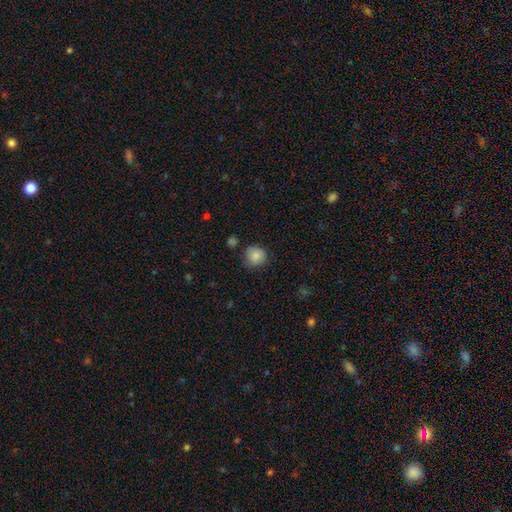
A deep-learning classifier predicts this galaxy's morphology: A smooth galaxy with no disk features (87%) that is round (89%).

Vote fractions:
- Smooth or featured? smooth: 87% / star or artifact: 9% / featured or disk: 5%
- How rounded? round: 89% / in between: 11% / cigar-shaped: 1%
- Merging? none: 78% / minor disturbance: 16% / major disturbance: 3% / merger: 3%